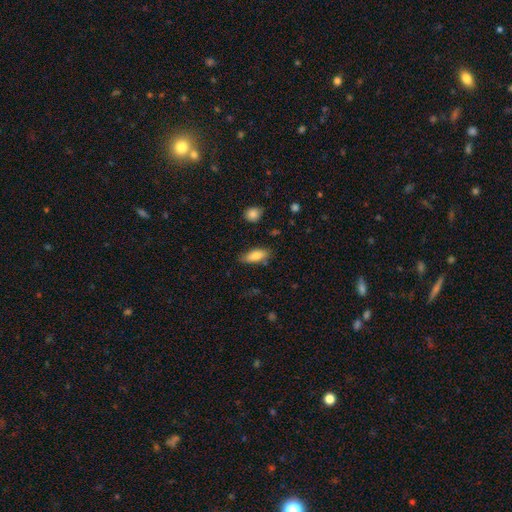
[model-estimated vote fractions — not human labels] Morphology: type=smooth (80%); roundness=in between (78%); merging=none (78%).